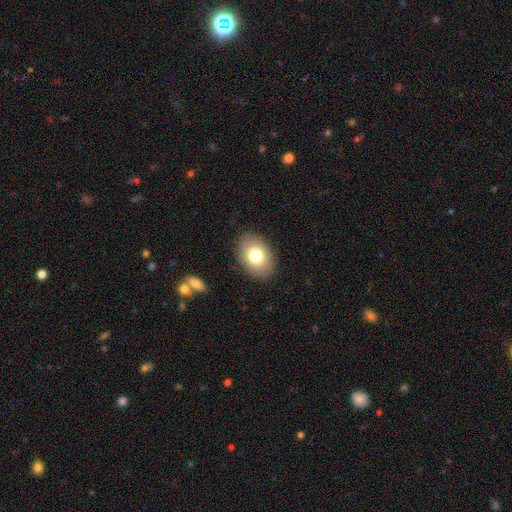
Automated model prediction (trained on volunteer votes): A smooth galaxy with no disk features (77%) that is in between round and cigar-shaped (82%).

Vote fractions:
- Smooth or featured? smooth: 77% / featured or disk: 15% / star or artifact: 8%
- How rounded? in between: 82% / round: 17% / cigar-shaped: 1%
- Merging? none: 87% / minor disturbance: 9% / major disturbance: 3% / merger: 1%